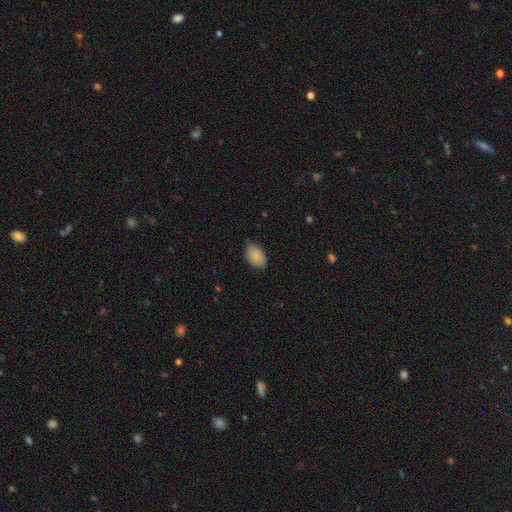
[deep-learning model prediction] This appears to be a smooth galaxy with no disk features (85%) that is in between round and cigar-shaped (89%). Merging: none (81%).